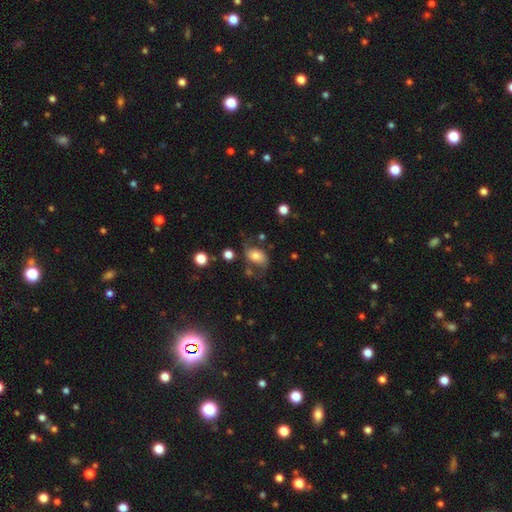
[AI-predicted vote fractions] Q: Smooth or featured?
A: smooth (57%); runner-up: featured or disk (33%)
Q: How rounded?
A: in between (83%); runner-up: round (15%)
Q: Merging?
A: none (51%); runner-up: minor disturbance (24%)